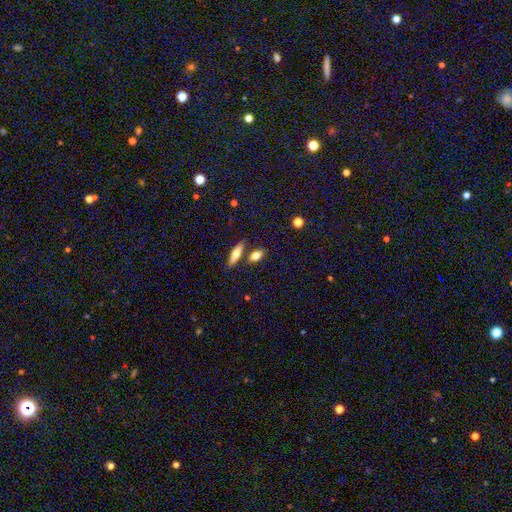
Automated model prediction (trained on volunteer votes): Smooth or featured? Predicted: smooth (p=0.76). How rounded? Predicted: in between (p=0.75). Merging? Predicted: none (p=0.70).